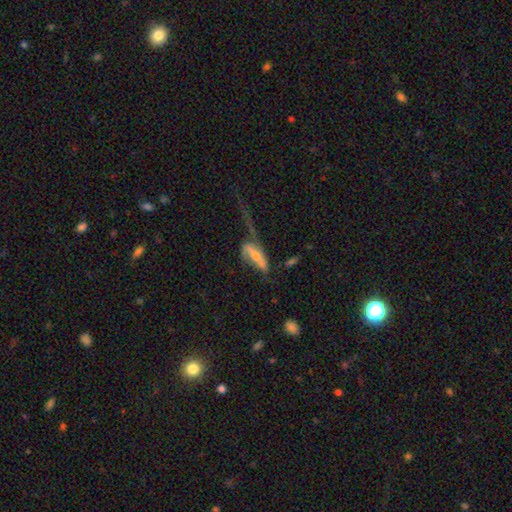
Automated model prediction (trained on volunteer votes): Smooth or featured? Predicted: featured or disk (p=0.59). Edge-on disk? Predicted: no (p=0.77). Merging? Predicted: major disturbance (p=0.59).